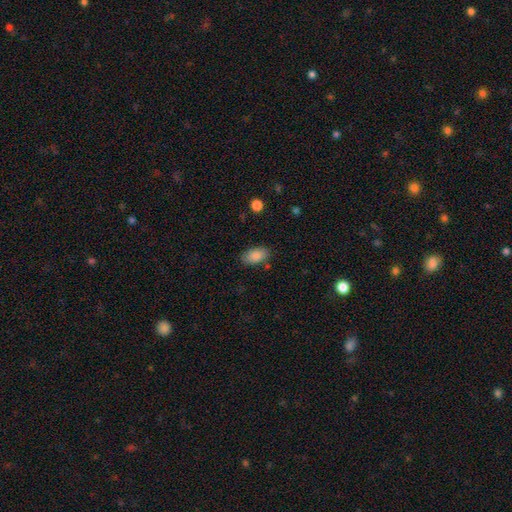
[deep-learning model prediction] Morphology: type=smooth (86%); roundness=in between (93%); merging=none (80%).